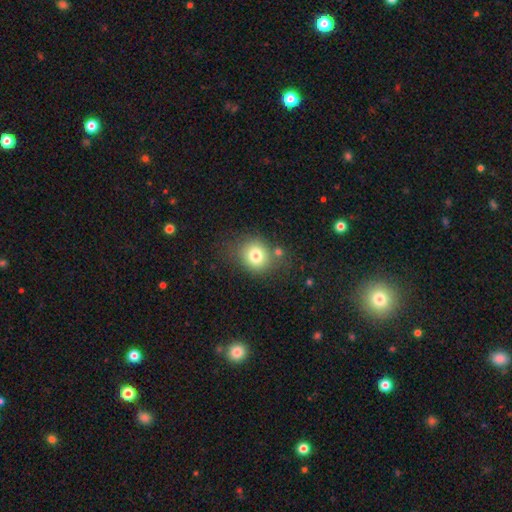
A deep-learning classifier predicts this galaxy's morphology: Smooth or featured? Predicted: smooth (p=0.77). How rounded? Predicted: round (p=0.76). Merging? Predicted: none (p=0.68).